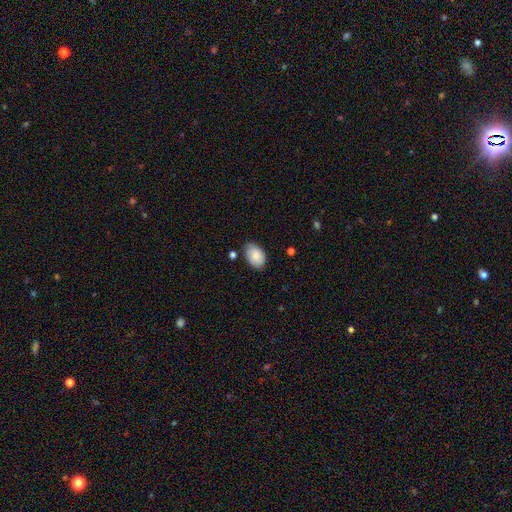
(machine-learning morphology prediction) This appears to be a smooth galaxy with no disk features (84%) that is in between round and cigar-shaped (88%). Merging: none (72%).